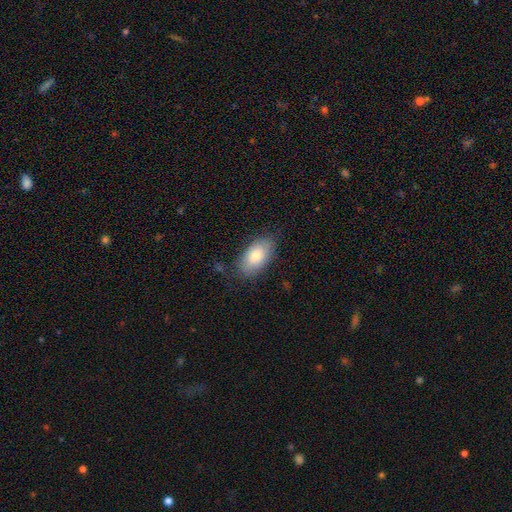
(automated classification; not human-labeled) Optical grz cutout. It shows a smooth galaxy with no disk features (79%) that is in between round and cigar-shaped (94%). Merging: none (77%).